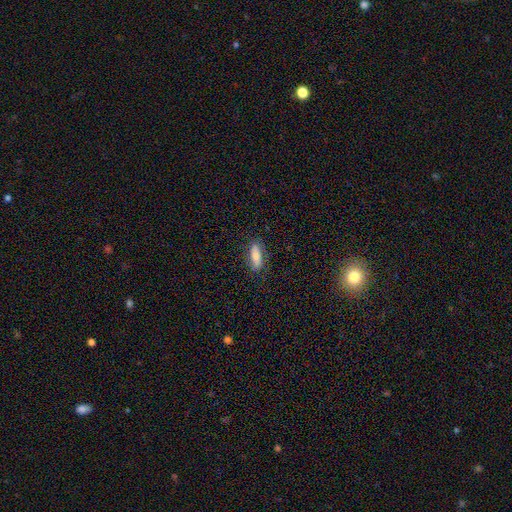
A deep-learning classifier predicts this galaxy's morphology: Smooth or featured?
  - smooth: 74% *
  - featured or disk: 19%
  - star or artifact: 7%
How rounded?
  - in between: 58% *
  - cigar-shaped: 40%
  - round: 3%
Merging?
  - none: 82% *
  - minor disturbance: 13%
  - major disturbance: 3%
  - merger: 1%